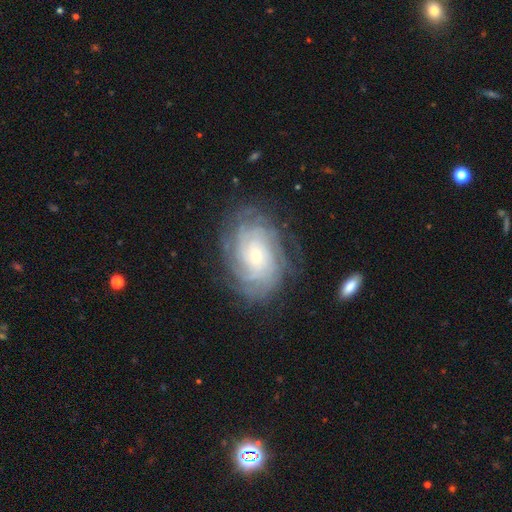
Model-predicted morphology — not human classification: A featured or disk galaxy (83%) with no bar (74%), tight (76%) spiral arms (96%) and a small central bulge (68%). Merging: none (77%).